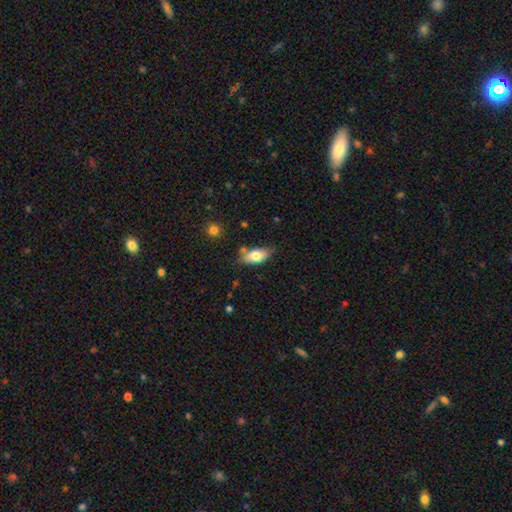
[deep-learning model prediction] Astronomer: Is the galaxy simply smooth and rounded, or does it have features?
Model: smooth — 74%.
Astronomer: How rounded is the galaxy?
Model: in between — 87%.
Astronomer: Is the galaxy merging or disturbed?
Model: none — 71%.